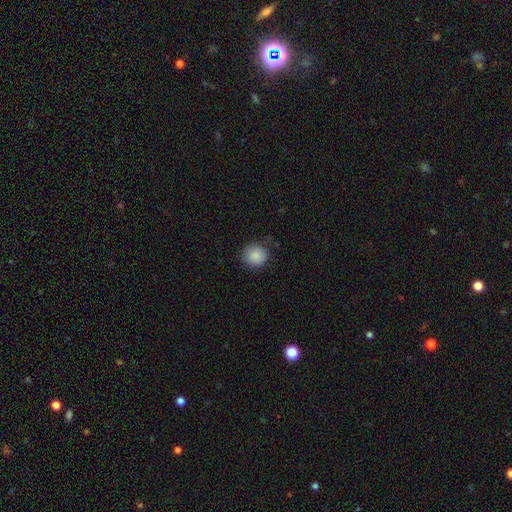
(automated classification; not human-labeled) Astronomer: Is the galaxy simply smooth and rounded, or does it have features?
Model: smooth — 88%.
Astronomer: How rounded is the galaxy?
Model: round — 91%.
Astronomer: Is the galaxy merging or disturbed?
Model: none — 86%.